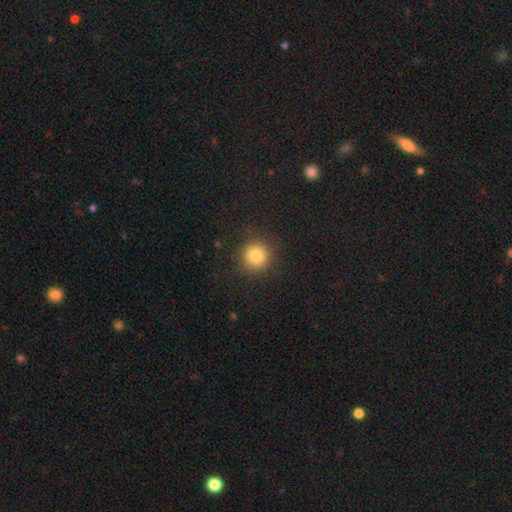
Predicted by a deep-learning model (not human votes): Smooth or featured? Predicted: smooth (p=0.82). How rounded? Predicted: round (p=0.93). Merging? Predicted: none (p=0.90).